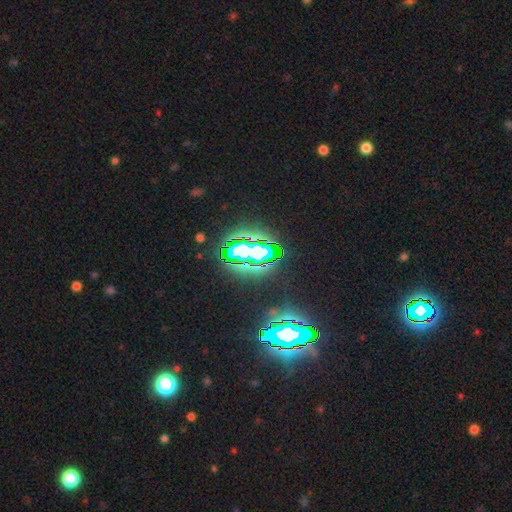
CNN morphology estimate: A star or artifact, not a galaxy (73%).

Vote fractions:
- Smooth or featured? star or artifact: 73% / smooth: 16% / featured or disk: 11%